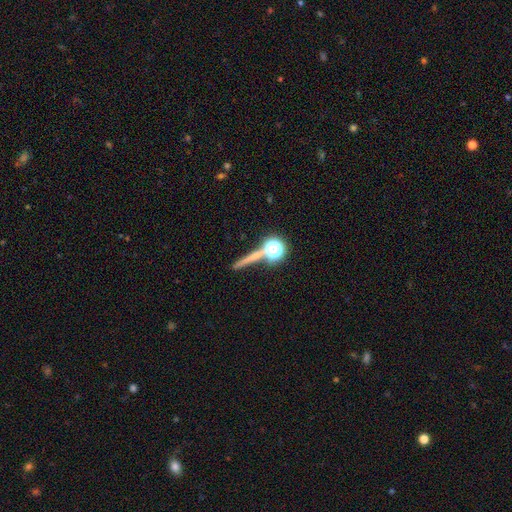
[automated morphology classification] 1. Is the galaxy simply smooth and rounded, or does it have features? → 45% smooth, 28% star or artifact, 27% featured or disk.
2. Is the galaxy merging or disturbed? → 71% none, 14% merger, 9% minor disturbance, 5% major disturbance.